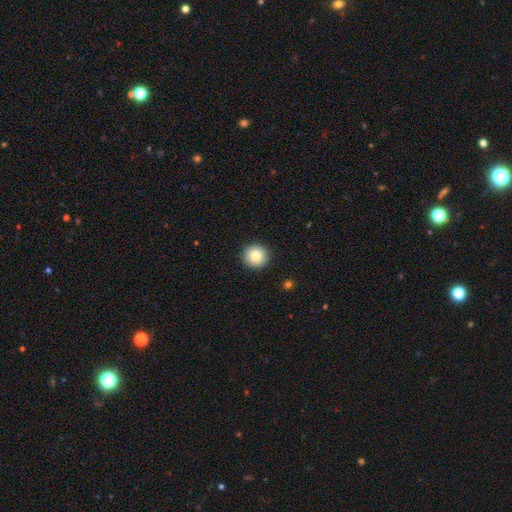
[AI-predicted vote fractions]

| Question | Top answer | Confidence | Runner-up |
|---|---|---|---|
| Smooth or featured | smooth | 82% | star or artifact (9%) |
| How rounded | round | 95% | in between (4%) |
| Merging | none | 93% | minor disturbance (5%) |